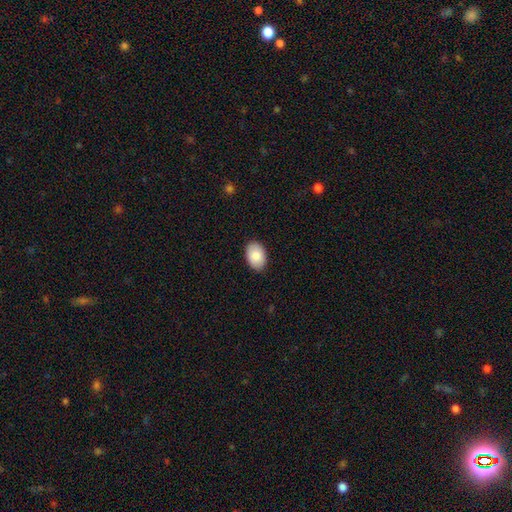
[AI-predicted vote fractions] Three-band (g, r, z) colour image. It shows a smooth galaxy with no disk features (86%) that is in between round and cigar-shaped (89%). Merging: none (88%).